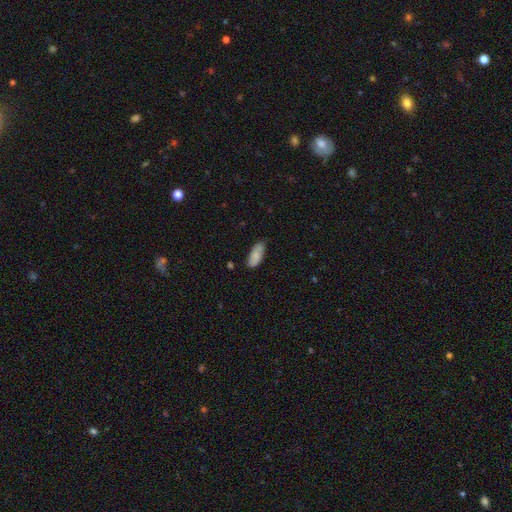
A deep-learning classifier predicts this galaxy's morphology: type=smooth (80%); roundness=in between (86%); merging=none (79%).